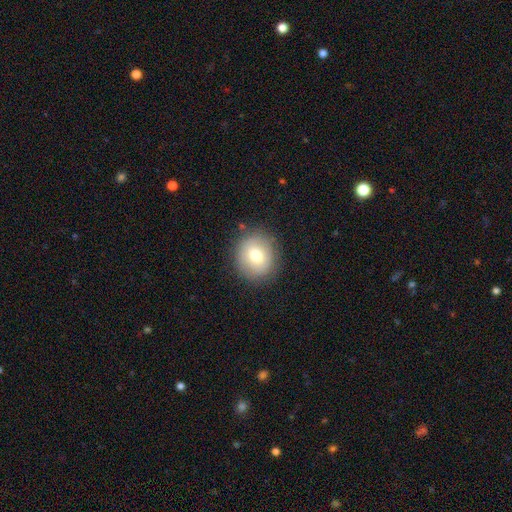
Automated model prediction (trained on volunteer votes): This appears to be a smooth galaxy with no disk features (73%) that is round (80%). Merging: none (85%).